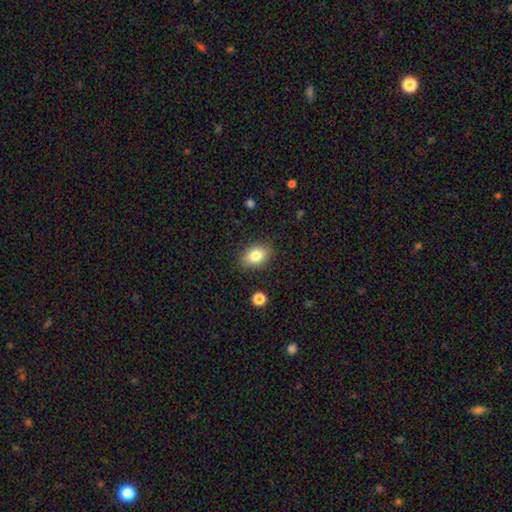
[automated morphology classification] Smooth or featured? Predicted: smooth (p=0.83). How rounded? Predicted: in between (p=0.82). Merging? Predicted: none (p=0.86).